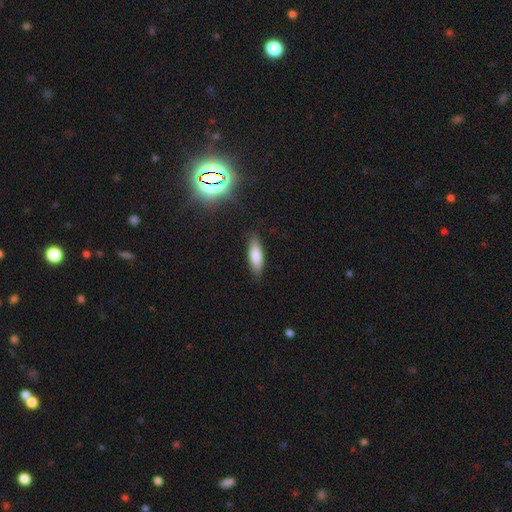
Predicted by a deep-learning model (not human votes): This appears to be a smooth galaxy with no disk features (82%) that is in between round and cigar-shaped (59%). Merging: none (85%).